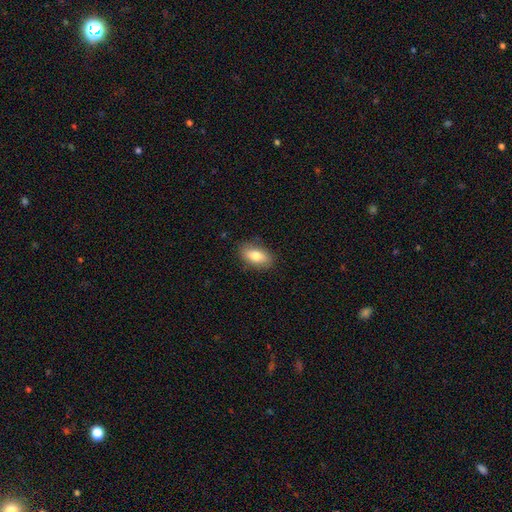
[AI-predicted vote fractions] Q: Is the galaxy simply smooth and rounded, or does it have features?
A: smooth — 76%.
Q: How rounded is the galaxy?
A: in between — 88%.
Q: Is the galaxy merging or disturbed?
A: none — 84%.